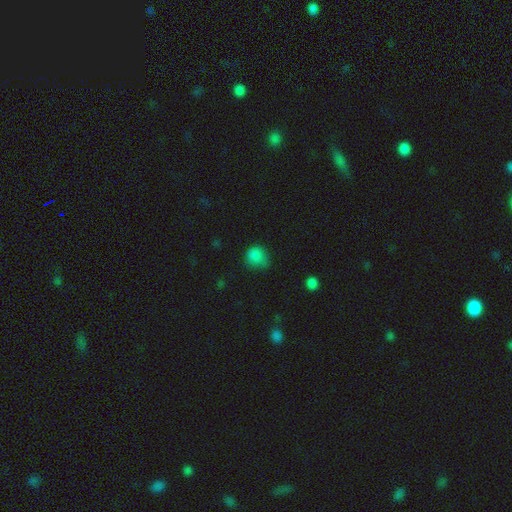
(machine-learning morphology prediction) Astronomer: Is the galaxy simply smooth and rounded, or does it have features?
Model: smooth — 82%.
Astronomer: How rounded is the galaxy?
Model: round — 78%.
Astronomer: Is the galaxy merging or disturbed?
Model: none — 56% (runner-up: minor disturbance, 33%).